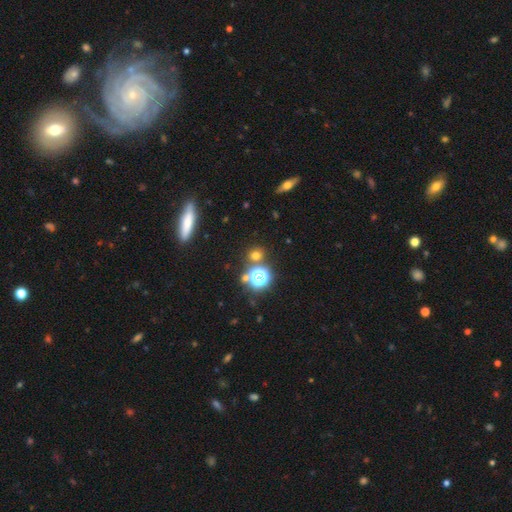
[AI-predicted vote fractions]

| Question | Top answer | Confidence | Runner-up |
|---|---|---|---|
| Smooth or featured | smooth | 63% | star or artifact (30%) |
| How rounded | round | 85% | in between (14%) |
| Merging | none | 80% | merger (9%) |